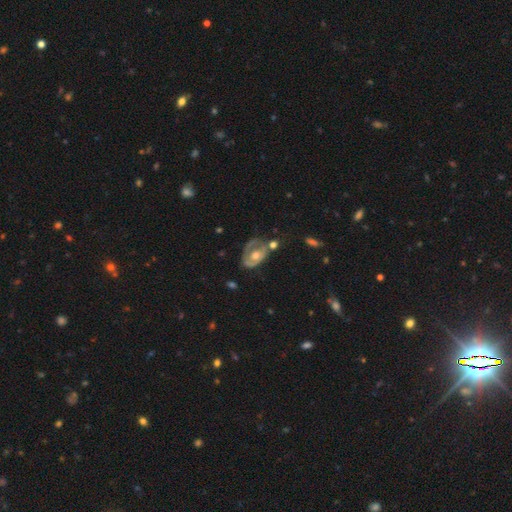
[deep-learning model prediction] Overall: featured or disk (66%; smooth 29%). Edge-on disk: no (95%). Bar: no (78%). Spiral arms: no (52%; yes 48%). Bulge size: moderate (72%). Merging: none (39%; minor disturbance 25%).